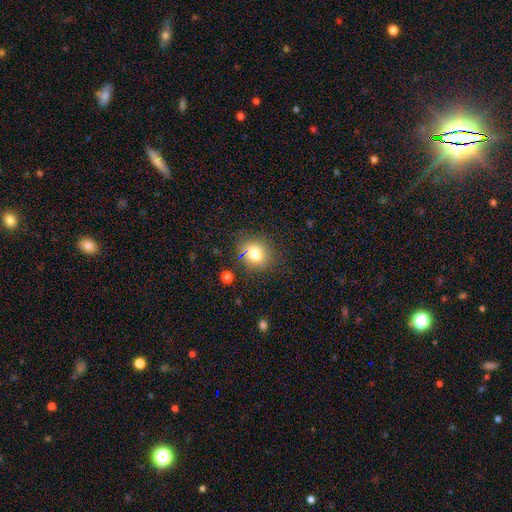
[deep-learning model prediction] smooth_or_featured: smooth (p=0.81) [alt: star or artifact p=0.11]
how_rounded: round (p=0.51) [alt: in between p=0.47]
merging: none (p=0.77) [alt: minor disturbance p=0.15]